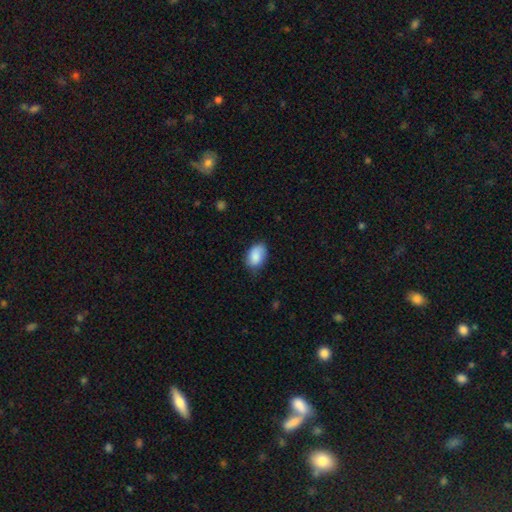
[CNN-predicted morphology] Overall: smooth (86%). How rounded: in between (87%). Merging: none (65%; minor disturbance 29%).